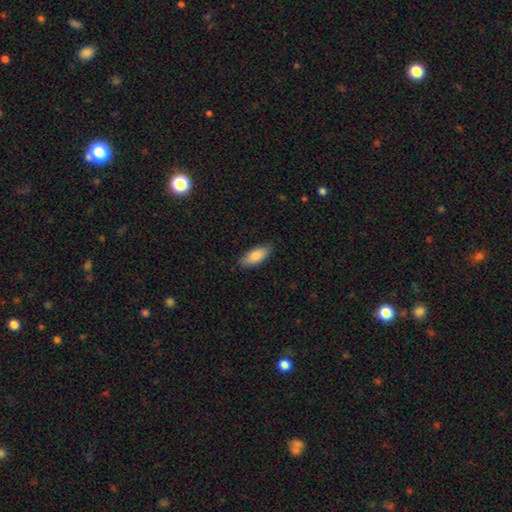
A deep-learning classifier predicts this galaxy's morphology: This appears to be a smooth galaxy with no disk features (87%) that is in between round and cigar-shaped (84%). Merging: none (84%).